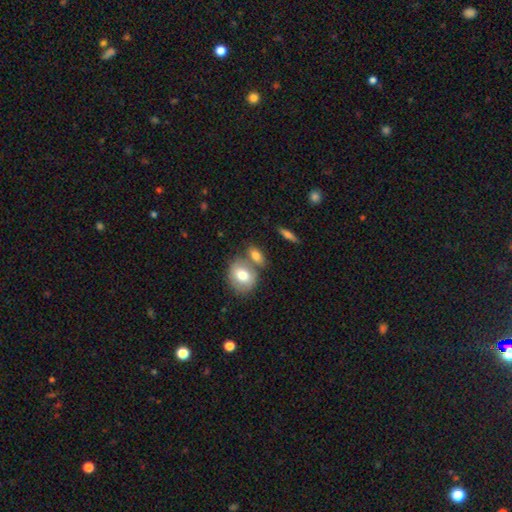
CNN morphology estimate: This is likely a smooth galaxy (75%). How rounded: likely in between (65%). Merging: possibly none (50%).